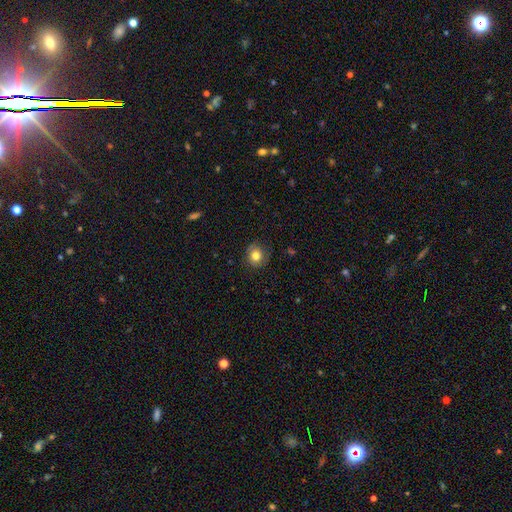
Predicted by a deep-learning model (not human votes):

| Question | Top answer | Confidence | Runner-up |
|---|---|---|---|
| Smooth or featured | smooth | 79% | featured or disk (10%) |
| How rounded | round | 80% | in between (19%) |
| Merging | none | 82% | minor disturbance (13%) |